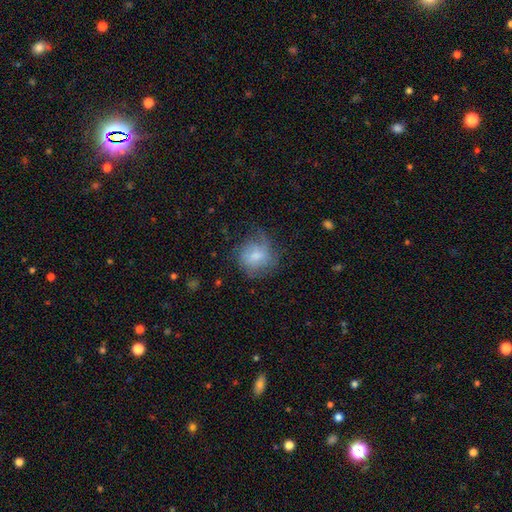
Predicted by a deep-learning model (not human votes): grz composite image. It shows a smooth galaxy with no disk features (63%) that is round (77%). Merging: none (54%).